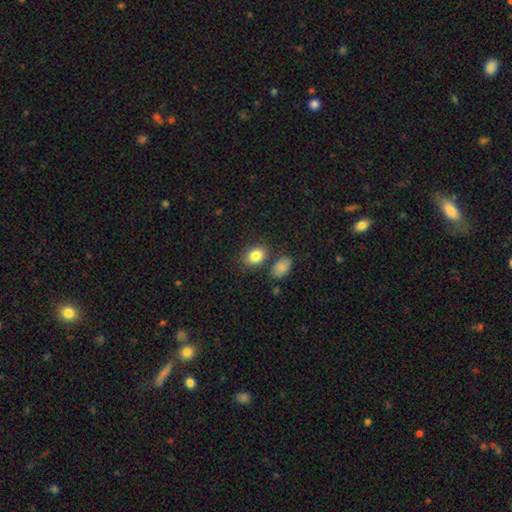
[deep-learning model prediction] The model was most divided on "how rounded": in between: 67%, round: 32%, cigar-shaped: 1%. More confident: smooth or featured — smooth (84%); merging — none (75%).